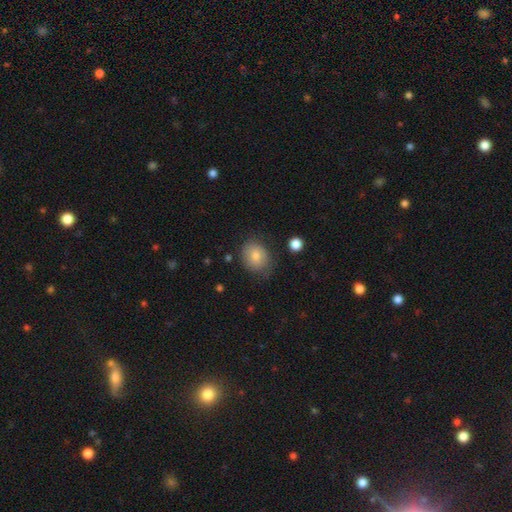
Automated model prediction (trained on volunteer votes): The model was most divided on "how rounded": round: 59%, in between: 40%, cigar-shaped: 1%. More confident: smooth or featured — smooth (79%); merging — none (68%).